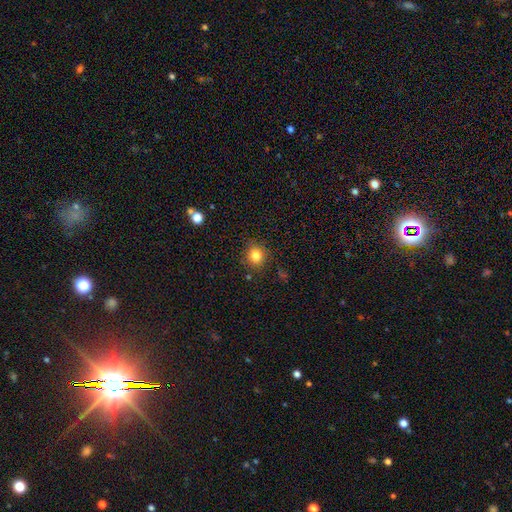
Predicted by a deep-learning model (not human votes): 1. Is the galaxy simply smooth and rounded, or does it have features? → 83% smooth, 11% star or artifact, 6% featured or disk.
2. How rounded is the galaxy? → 86% round, 13% in between, 1% cigar-shaped.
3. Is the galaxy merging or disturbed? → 86% none, 9% minor disturbance, 3% major disturbance, 2% merger.